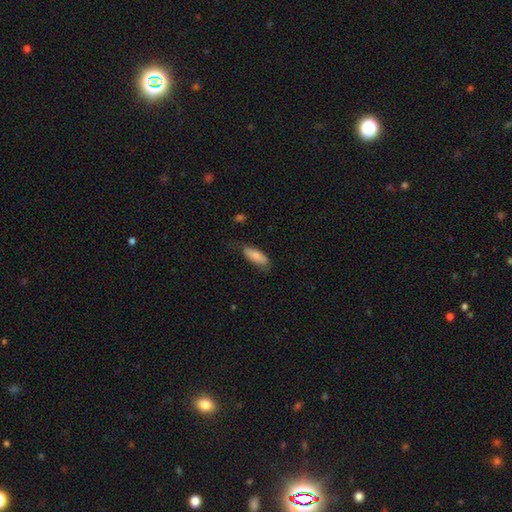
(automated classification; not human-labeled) The model was most divided on "merging": none: 65%, minor disturbance: 26%, major disturbance: 7%, merger: 2%. More confident: smooth or featured — smooth (81%); how rounded — in between (73%).